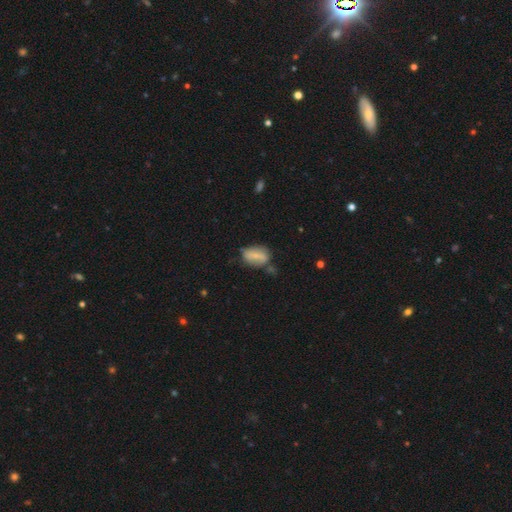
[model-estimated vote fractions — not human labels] smooth-or-featured: smooth: 60% | featured or disk: 32% | star or artifact: 8%
  how-rounded: in between: 84% | round: 10% | cigar-shaped: 6%
  merging: none: 56% | minor disturbance: 26% | merger: 10% | major disturbance: 8%